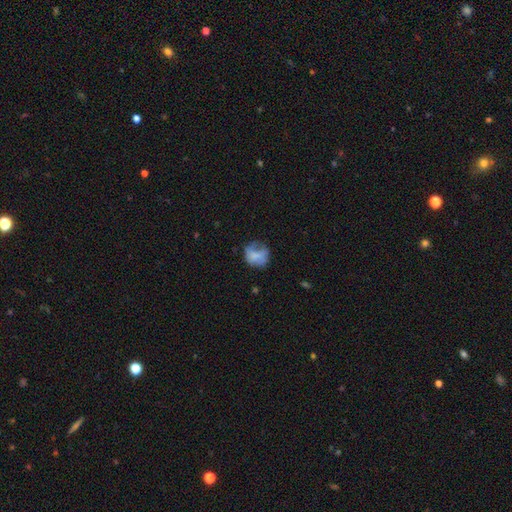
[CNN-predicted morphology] type=smooth (64%); roundness=round (72%); merging=none (48%).